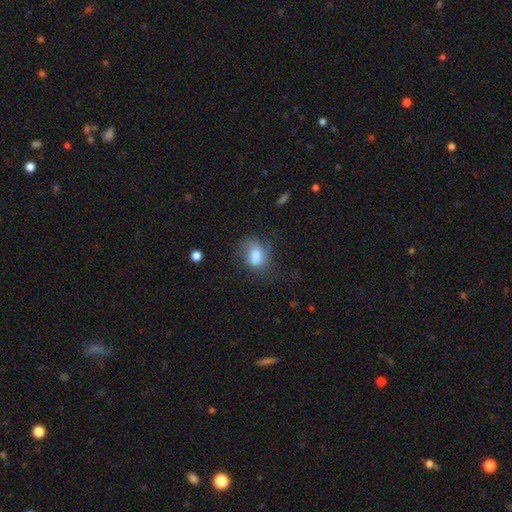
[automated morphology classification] This is likely a smooth galaxy (77%). How rounded: possibly in between (55%). Merging: possibly none (52%).